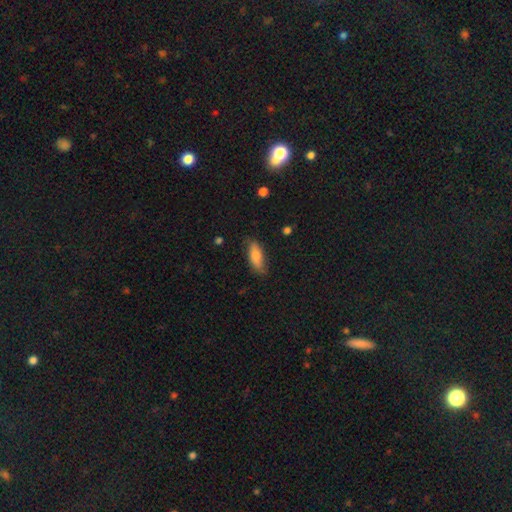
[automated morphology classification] type=smooth (75%); roundness=in between (70%); merging=none (74%).